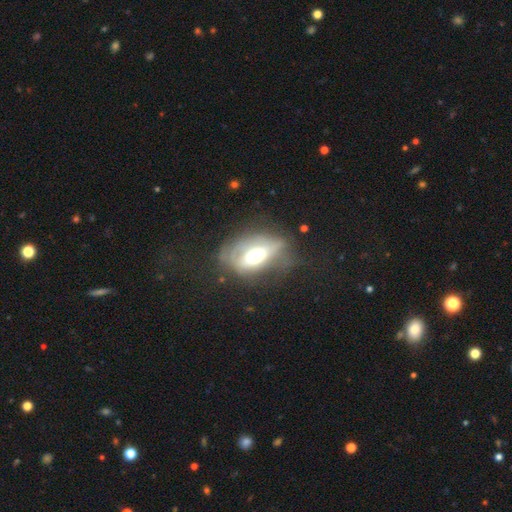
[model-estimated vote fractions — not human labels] Morphology: type=featured or disk (51%); edge-on=no (84%); merging=none (39%).